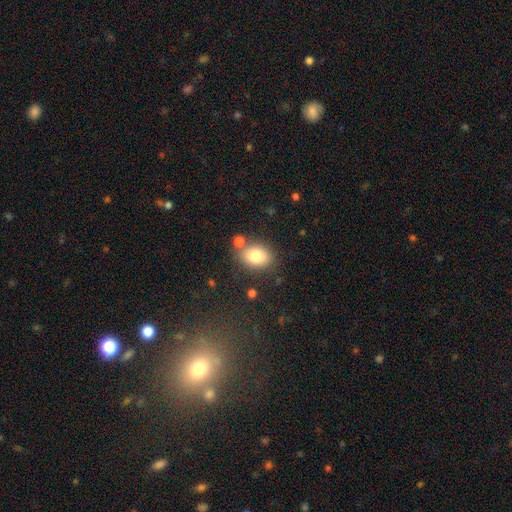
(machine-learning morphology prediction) smooth_or_featured: smooth (p=0.81) [alt: featured or disk p=0.10]
how_rounded: in between (p=0.72) [alt: round p=0.27]
merging: none (p=0.71) [alt: minor disturbance p=0.13]